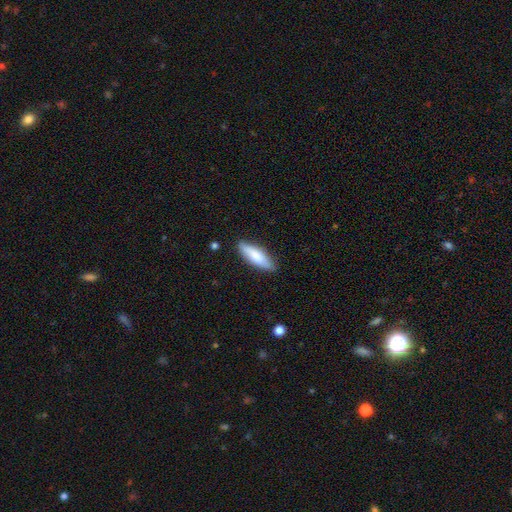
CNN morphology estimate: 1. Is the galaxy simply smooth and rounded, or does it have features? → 78% smooth, 17% featured or disk, 5% star or artifact.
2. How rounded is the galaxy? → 50% in between, 49% cigar-shaped, 2% round.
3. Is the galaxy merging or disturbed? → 83% none, 13% minor disturbance, 2% major disturbance, 1% merger.